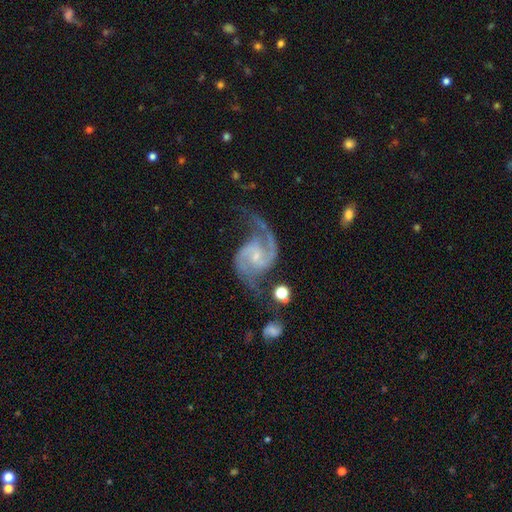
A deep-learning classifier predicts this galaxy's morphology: Smooth or featured: featured or disk — 92% (star or artifact — 5%)
Edge-on disk: no — 98% (yes — 2%)
Bar: no — 47% (weak — 41%)
Spiral arms: yes — 98% (no — 2%)
Spiral winding: medium — 54% (loose — 33%)
Spiral arm count: 2 — 93% (can't tell — 2%)
Bulge size: small — 70% (moderate — 21%)
Merging: none — 60% (minor disturbance — 19%)